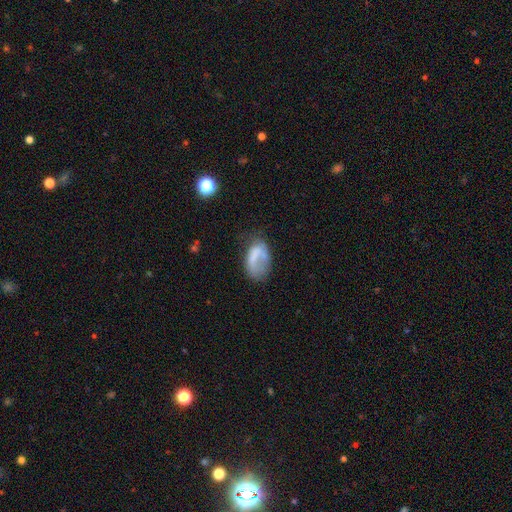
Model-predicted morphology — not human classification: Q: Smooth or featured?
A: smooth (59%); runner-up: featured or disk (32%)
Q: How rounded?
A: in between (90%); runner-up: round (8%)
Q: Merging?
A: none (34%); runner-up: major disturbance (32%)